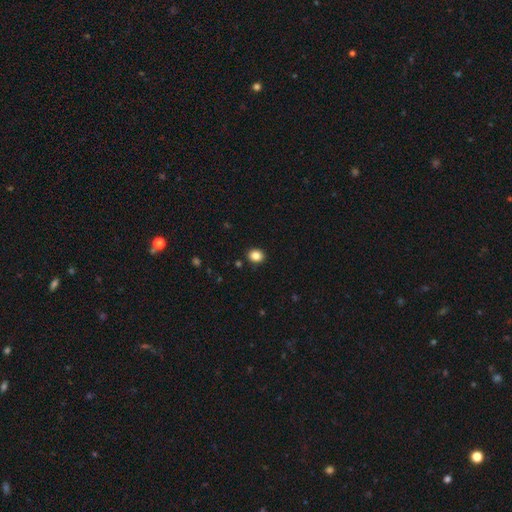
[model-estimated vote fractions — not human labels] Overall: smooth (85%). How rounded: round (70%). Merging: none (91%).